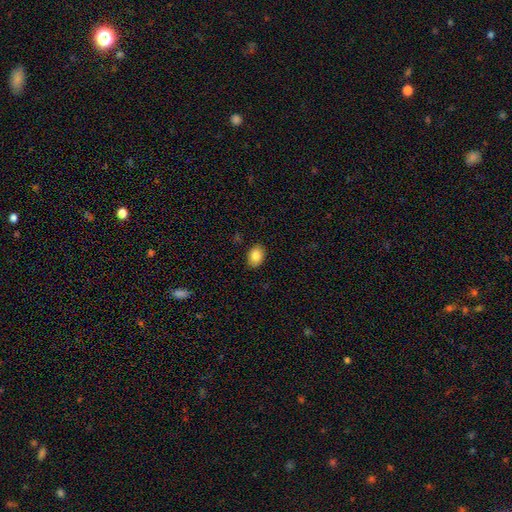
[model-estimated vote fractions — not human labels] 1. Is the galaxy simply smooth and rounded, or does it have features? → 85% smooth, 8% star or artifact, 7% featured or disk.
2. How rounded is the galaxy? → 78% in between, 21% round, 1% cigar-shaped.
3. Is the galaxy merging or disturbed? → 89% none, 8% minor disturbance, 2% major disturbance, 1% merger.